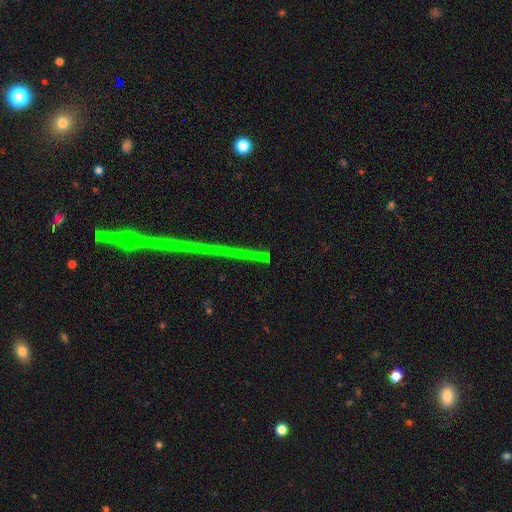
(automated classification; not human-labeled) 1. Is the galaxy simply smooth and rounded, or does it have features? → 78% star or artifact, 12% featured or disk, 10% smooth.